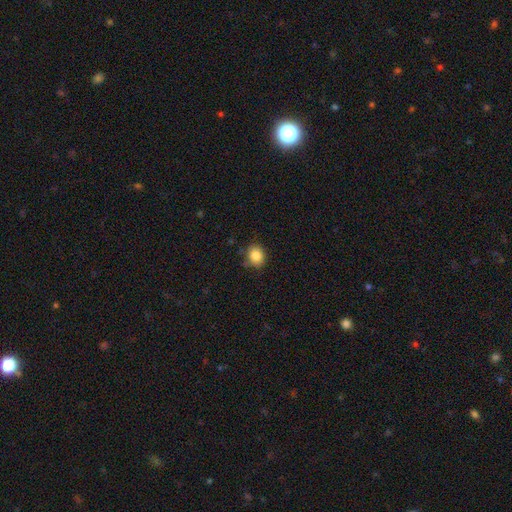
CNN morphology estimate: smooth_or_featured: smooth (p=0.85) [alt: star or artifact p=0.09]
how_rounded: round (p=0.56) [alt: in between p=0.43]
merging: none (p=0.80) [alt: minor disturbance p=0.15]